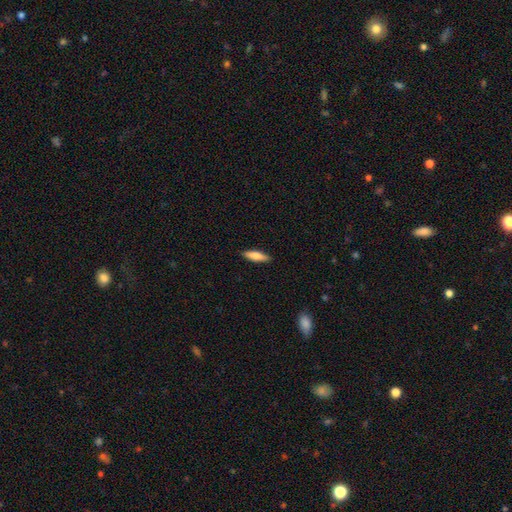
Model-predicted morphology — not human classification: type=smooth (75%); roundness=cigar-shaped (63%); merging=none (89%).